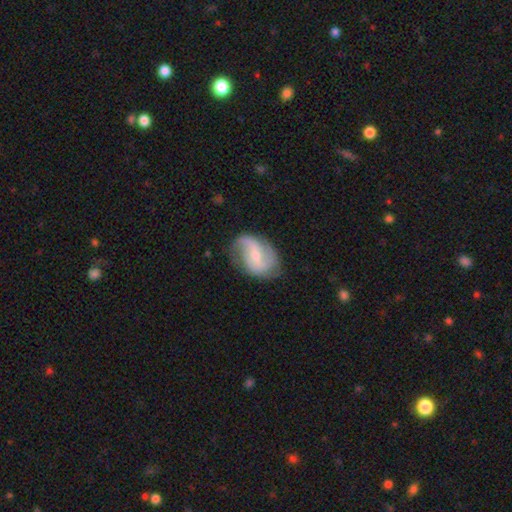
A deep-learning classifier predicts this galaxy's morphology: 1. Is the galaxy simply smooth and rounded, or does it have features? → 78% featured or disk, 16% smooth, 6% star or artifact.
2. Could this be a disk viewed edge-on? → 97% no, 3% yes.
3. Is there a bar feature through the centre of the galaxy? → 48% weak, 29% strong, 23% no.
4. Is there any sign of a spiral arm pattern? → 93% yes, 7% no.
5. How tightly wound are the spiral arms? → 52% loose, 35% medium, 13% tight.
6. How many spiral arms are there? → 81% 2, 7% can't tell, 5% 1, 4% 3, 1% 4, 1% more than 4.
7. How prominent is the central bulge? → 57% small, 36% moderate, 4% none, 2% large, 1% dominant.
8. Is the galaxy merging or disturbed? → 68% none, 22% minor disturbance, 9% major disturbance, 1% merger.